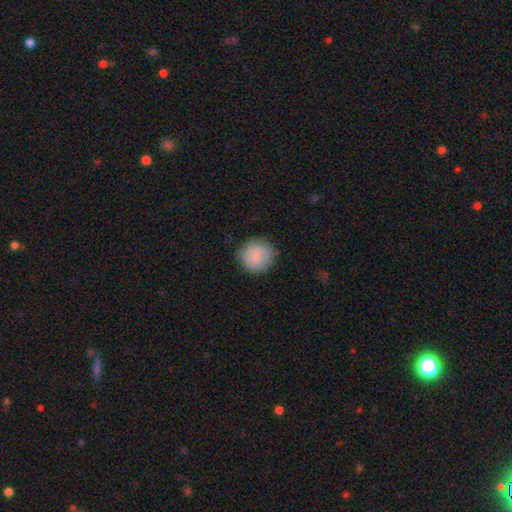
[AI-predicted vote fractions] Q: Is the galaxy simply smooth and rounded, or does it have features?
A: smooth — 81%.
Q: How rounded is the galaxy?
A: round — 93%.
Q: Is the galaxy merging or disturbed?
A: none — 78%.